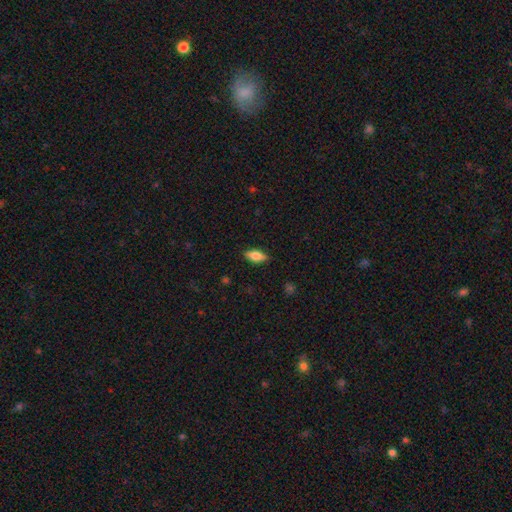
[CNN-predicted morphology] Overall: smooth (72%). How rounded: in between (78%). Merging: none (86%).